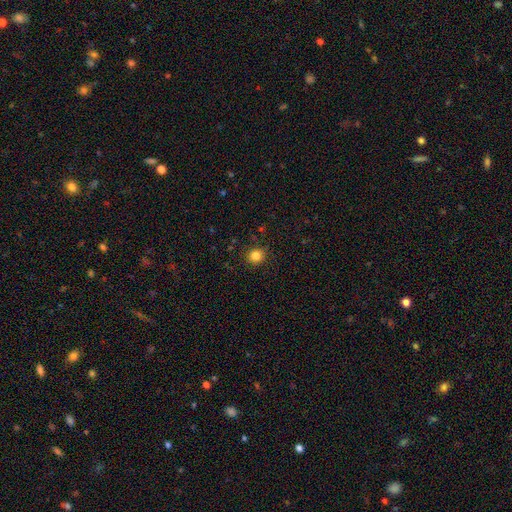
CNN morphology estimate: type=smooth (83%); roundness=round (86%); merging=none (89%).